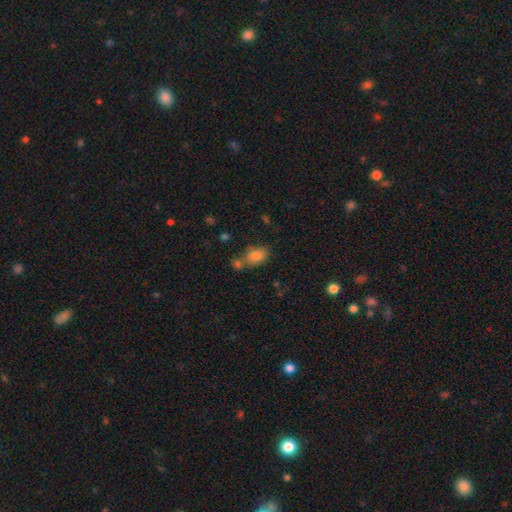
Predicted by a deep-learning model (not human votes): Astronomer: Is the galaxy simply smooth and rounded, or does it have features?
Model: smooth — 82%.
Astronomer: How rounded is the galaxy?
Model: in between — 82%.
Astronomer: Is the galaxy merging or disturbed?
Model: none — 56%.